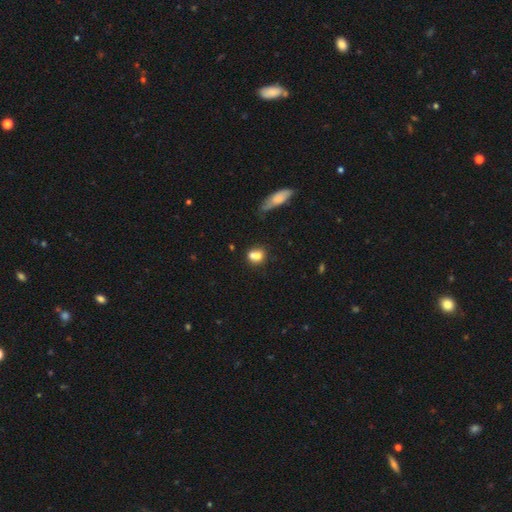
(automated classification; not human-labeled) This is likely a smooth galaxy (72%). How rounded: likely round (62%). Merging: possibly merger (47%).